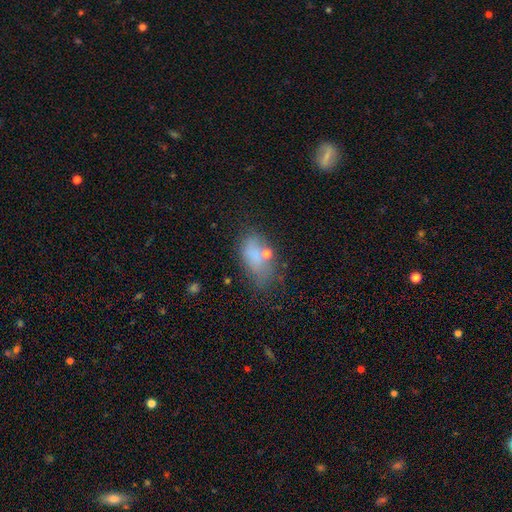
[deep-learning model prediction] Smooth or featured: smooth — 69% (featured or disk — 17%)
How rounded: in between — 88% (round — 7%)
Merging: none — 46% (minor disturbance — 26%)